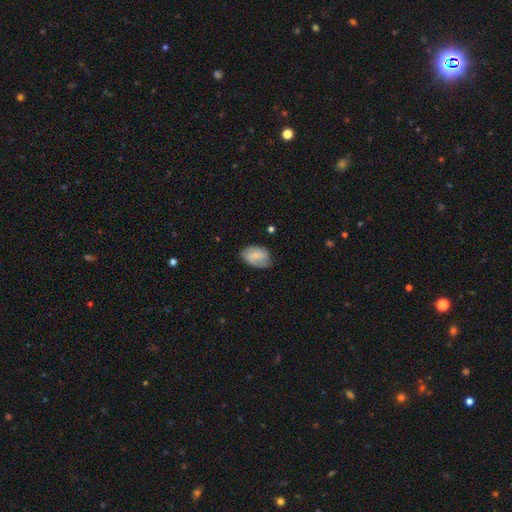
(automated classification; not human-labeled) Smooth or featured?
  - smooth: 54% *
  - featured or disk: 39%
  - star or artifact: 7%
How rounded?
  - in between: 83% *
  - round: 16%
  - cigar-shaped: 1%
Merging?
  - none: 67% *
  - minor disturbance: 25%
  - major disturbance: 7%
  - merger: 2%